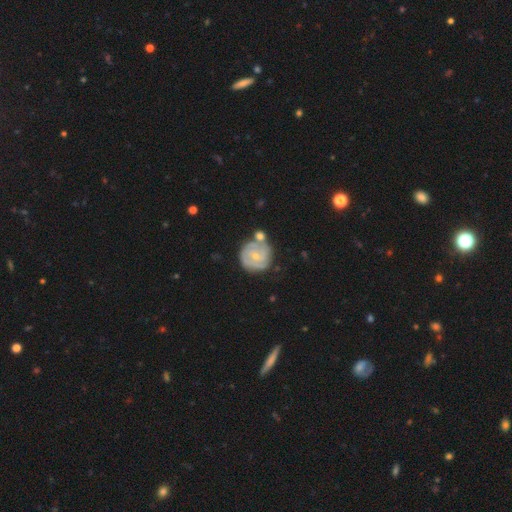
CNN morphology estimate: smooth-or-featured: featured or disk: 73% | smooth: 22% | star or artifact: 6%
  disk-edge-on: no: 98% | yes: 2%
    bar: no: 63% | weak: 31% | strong: 6%
    has-spiral-arms: yes: 87% | no: 13%
      spiral-winding: tight: 69% | medium: 24% | loose: 7%
      spiral-arm-count: 2: 34% | can't tell: 30% | 3: 22% | 4: 6% | 1: 5% | more than 4: 4%
    bulge-size: small: 64% | moderate: 33% | none: 2% | large: 1% | dominant: 1%
  merging: none: 55% | merger: 19% | minor disturbance: 19% | major disturbance: 6%